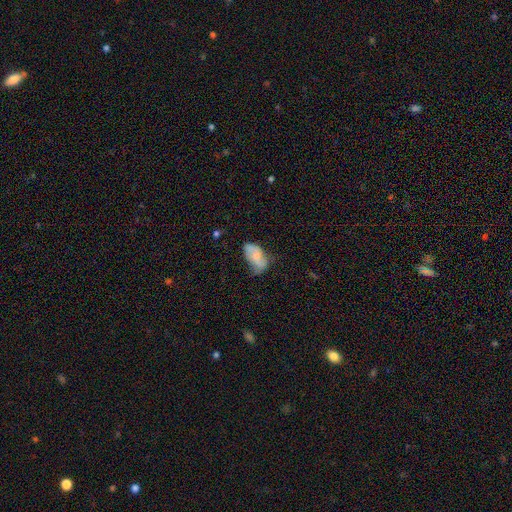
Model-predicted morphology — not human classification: Smooth or featured? Predicted: smooth (p=0.58). How rounded? Predicted: in between (p=0.93). Merging? Predicted: minor disturbance (p=0.38).